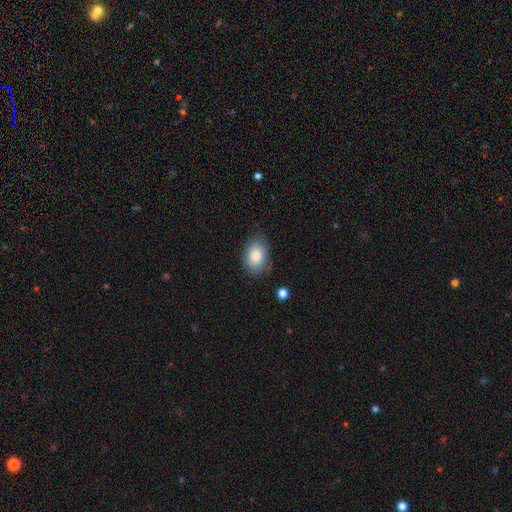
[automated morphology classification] This appears to be a smooth galaxy with no disk features (83%) that is in between round and cigar-shaped (80%). Merging: none (79%).